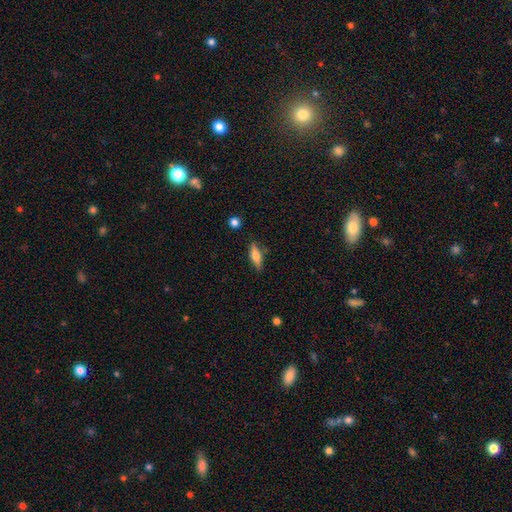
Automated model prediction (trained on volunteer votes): Smooth or featured? Predicted: smooth (p=0.66). How rounded? Predicted: cigar-shaped (p=0.50). Merging? Predicted: none (p=0.78).